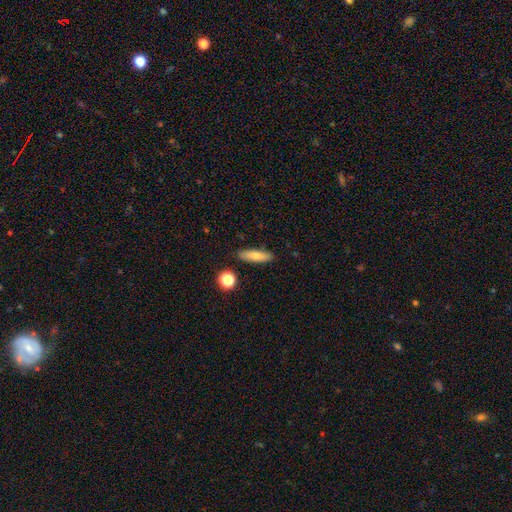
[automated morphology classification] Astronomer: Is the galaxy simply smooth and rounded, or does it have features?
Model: smooth — 73%.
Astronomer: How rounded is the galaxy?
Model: cigar-shaped — 62%.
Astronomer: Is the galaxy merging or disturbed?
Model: none — 86%.